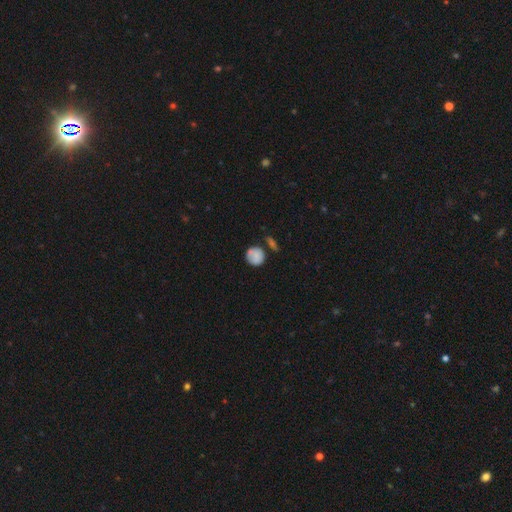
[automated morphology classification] Smooth or featured? smooth (78%)
How rounded? round (87%)
Merging? none (60%)